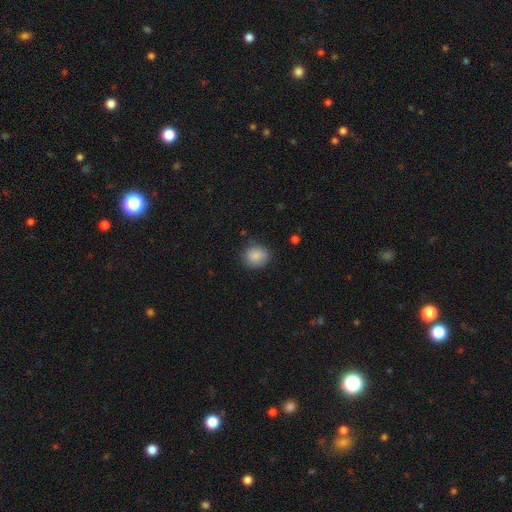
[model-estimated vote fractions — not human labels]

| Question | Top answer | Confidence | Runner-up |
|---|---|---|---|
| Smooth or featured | smooth | 87% | star or artifact (9%) |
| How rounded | round | 81% | in between (18%) |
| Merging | none | 80% | minor disturbance (15%) |